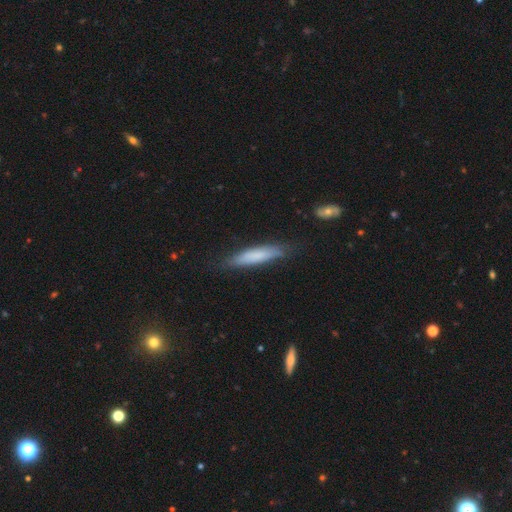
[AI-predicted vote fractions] Smooth or featured? smooth (70%)
How rounded? cigar-shaped (84%)
Merging? none (77%)